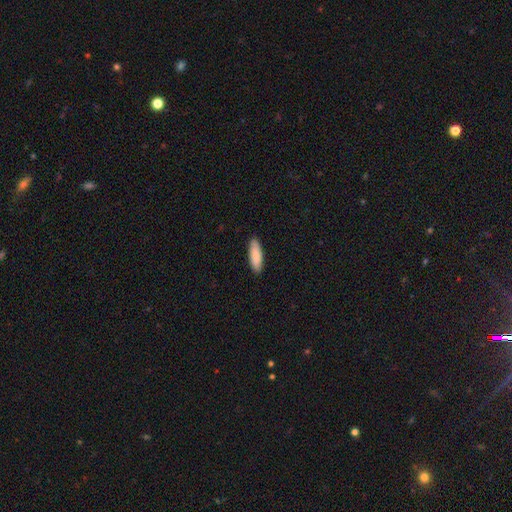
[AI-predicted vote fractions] The model was most divided on "how rounded": in between: 55%, cigar-shaped: 43%, round: 1%. More confident: merging — none (90%); smooth or featured — smooth (88%).